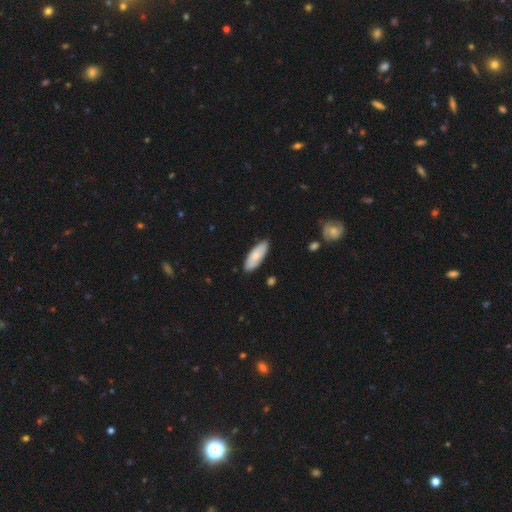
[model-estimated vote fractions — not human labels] A smooth galaxy with no disk features (79%) that is in between round and cigar-shaped (69%).

Vote fractions:
- Smooth or featured? smooth: 79% / featured or disk: 16% / star or artifact: 5%
- How rounded? in between: 69% / cigar-shaped: 29% / round: 2%
- Merging? none: 85% / minor disturbance: 12% / major disturbance: 2% / merger: 1%